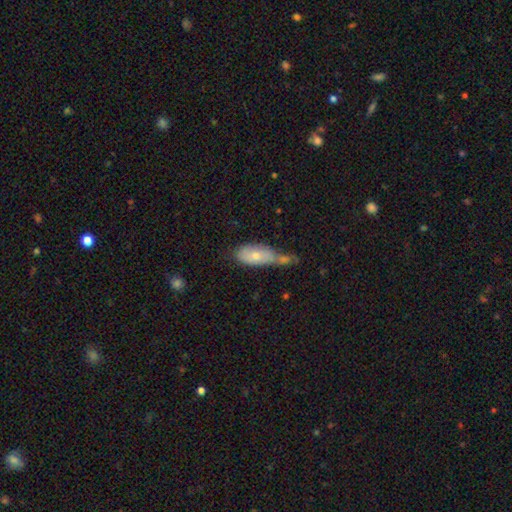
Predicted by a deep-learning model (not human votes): Smooth or featured? smooth (68%)
How rounded? in between (85%)
Merging? merger (45%)